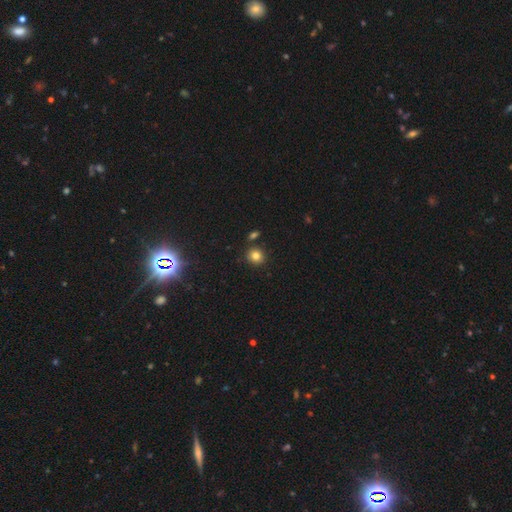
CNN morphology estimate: Overall: smooth (80%). How rounded: round (83%). Merging: none (82%).